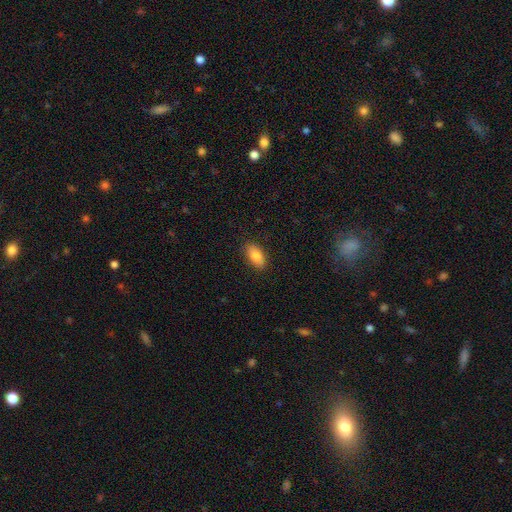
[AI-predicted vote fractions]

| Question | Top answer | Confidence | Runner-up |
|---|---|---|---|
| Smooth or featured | smooth | 83% | featured or disk (10%) |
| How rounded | in between | 89% | cigar-shaped (8%) |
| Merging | none | 87% | minor disturbance (10%) |